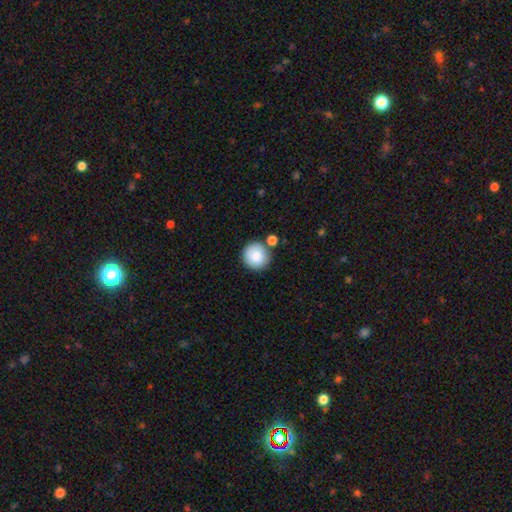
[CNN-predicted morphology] Smooth or featured?
  - smooth: 87% *
  - star or artifact: 8%
  - featured or disk: 6%
How rounded?
  - round: 93% *
  - in between: 6%
  - cigar-shaped: 1%
Merging?
  - none: 76% *
  - merger: 11%
  - minor disturbance: 10%
  - major disturbance: 3%